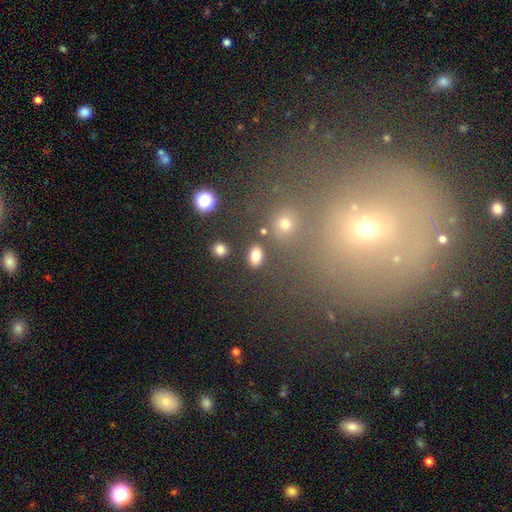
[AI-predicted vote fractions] smooth-or-featured: smooth: 81% | star or artifact: 12% | featured or disk: 8%
  how-rounded: in between: 81% | round: 16% | cigar-shaped: 2%
  merging: none: 83% | minor disturbance: 9% | merger: 5% | major disturbance: 3%